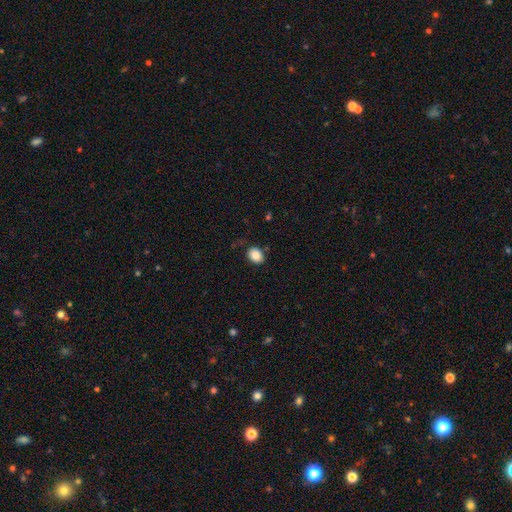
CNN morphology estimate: Overall: smooth (88%). How rounded: in between (59%; round 40%). Merging: none (82%).